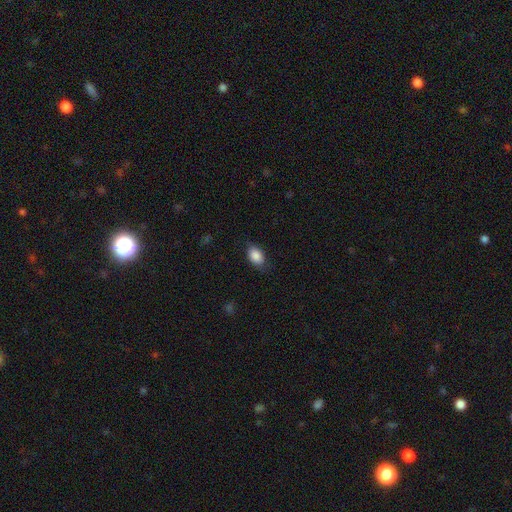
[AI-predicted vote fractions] This appears to be a smooth galaxy with no disk features (87%) that is in between round and cigar-shaped (87%). Merging: none (76%).